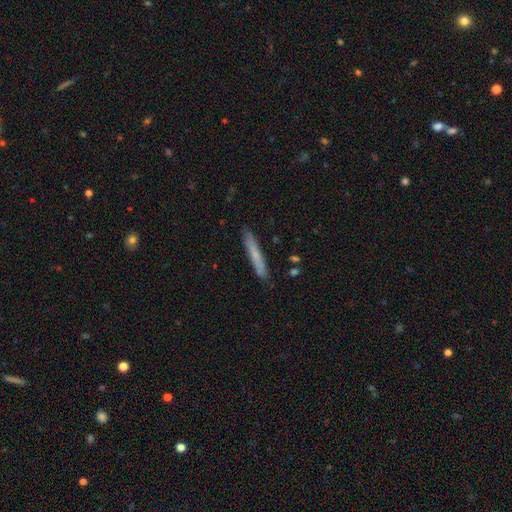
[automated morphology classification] Smooth or featured? smooth (66%)
How rounded? cigar-shaped (96%)
Merging? none (88%)